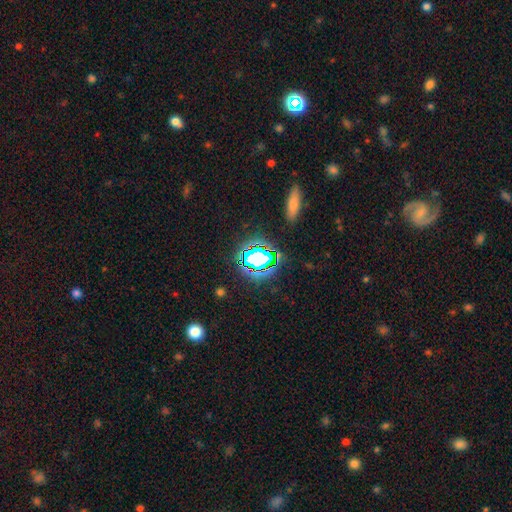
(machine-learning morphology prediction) Overall: star or artifact (62%; smooth 25%).